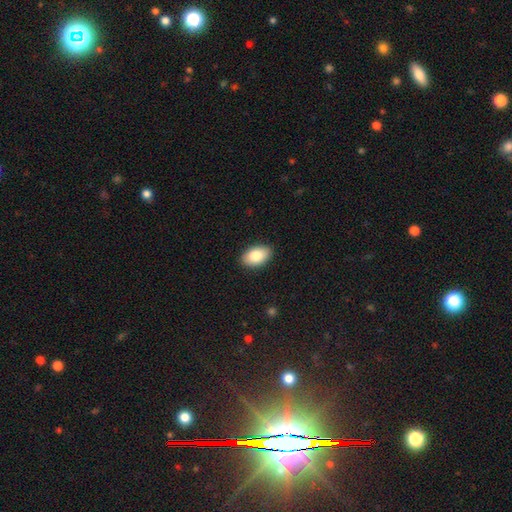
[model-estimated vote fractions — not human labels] smooth_or_featured: smooth (p=0.84) [alt: featured or disk p=0.10]
how_rounded: in between (p=0.92) [alt: round p=0.06]
merging: none (p=0.90) [alt: minor disturbance p=0.08]